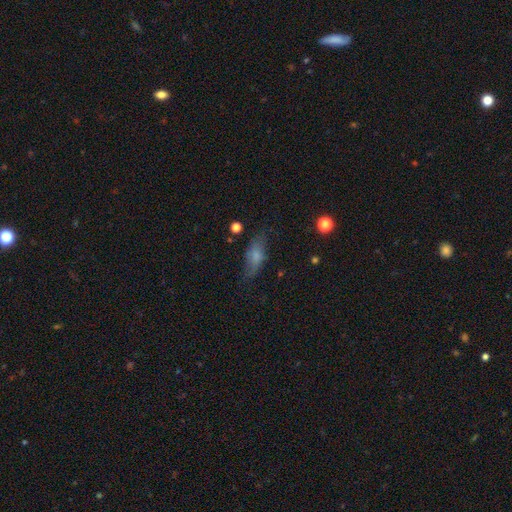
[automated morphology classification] This appears to be a smooth galaxy with no disk features (64%) that is in between round and cigar-shaped (74%). Merging: none (65%).